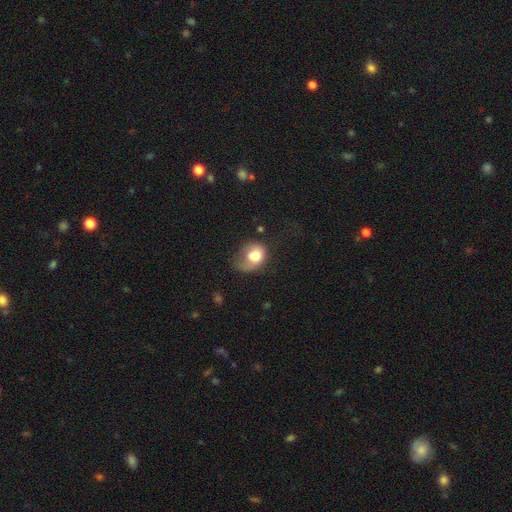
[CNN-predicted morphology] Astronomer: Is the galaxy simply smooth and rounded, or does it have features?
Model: smooth — 68%.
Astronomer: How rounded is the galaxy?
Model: in between — 52% (runner-up: round, 47%).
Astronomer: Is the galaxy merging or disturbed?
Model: major disturbance — 41% (runner-up: minor disturbance, 27%).